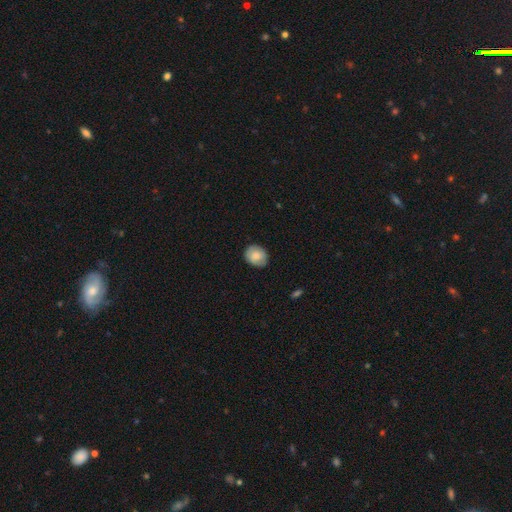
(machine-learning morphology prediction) A smooth galaxy with no disk features (82%) that is round (58%).

Vote fractions:
- Smooth or featured? smooth: 82% / featured or disk: 11% / star or artifact: 7%
- How rounded? round: 58% / in between: 41% / cigar-shaped: 1%
- Merging? none: 83% / minor disturbance: 14% / major disturbance: 2% / merger: 1%